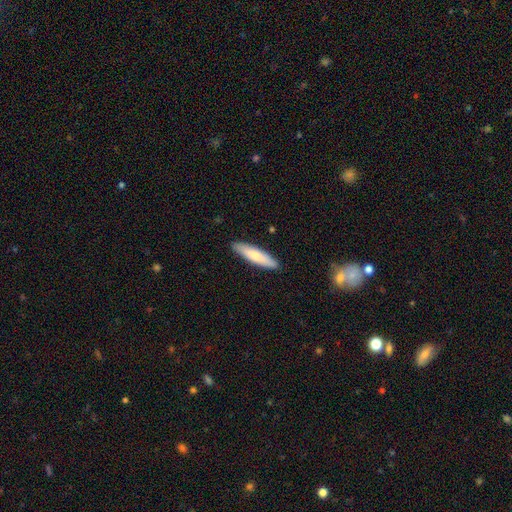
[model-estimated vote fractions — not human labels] smooth-or-featured: smooth: 75% | featured or disk: 20% | star or artifact: 5%
  how-rounded: cigar-shaped: 78% | in between: 21% | round: 1%
  merging: none: 89% | minor disturbance: 8% | major disturbance: 2% | merger: 1%